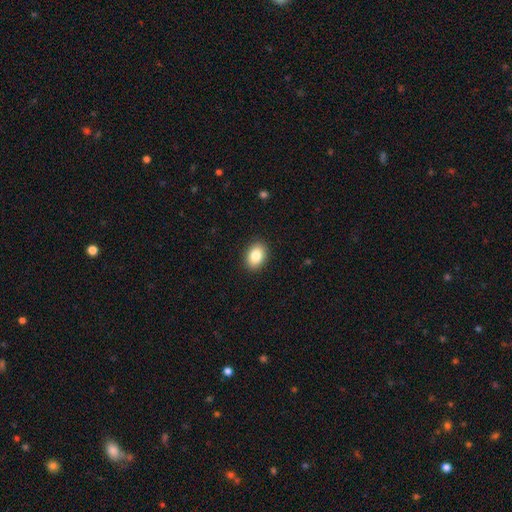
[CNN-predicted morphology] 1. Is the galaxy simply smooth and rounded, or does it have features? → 85% smooth, 8% star or artifact, 7% featured or disk.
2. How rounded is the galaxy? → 77% in between, 22% round, 1% cigar-shaped.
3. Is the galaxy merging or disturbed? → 90% none, 7% minor disturbance, 2% major disturbance, 1% merger.